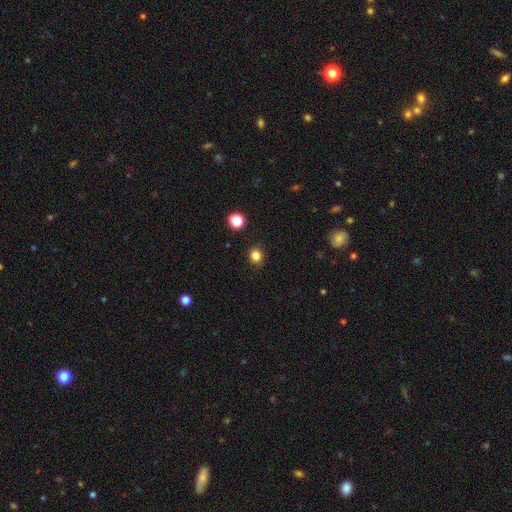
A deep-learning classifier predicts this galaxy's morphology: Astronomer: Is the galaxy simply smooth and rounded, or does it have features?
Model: smooth — 83%.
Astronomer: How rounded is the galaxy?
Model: round — 76%.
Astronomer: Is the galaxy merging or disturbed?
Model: none — 90%.